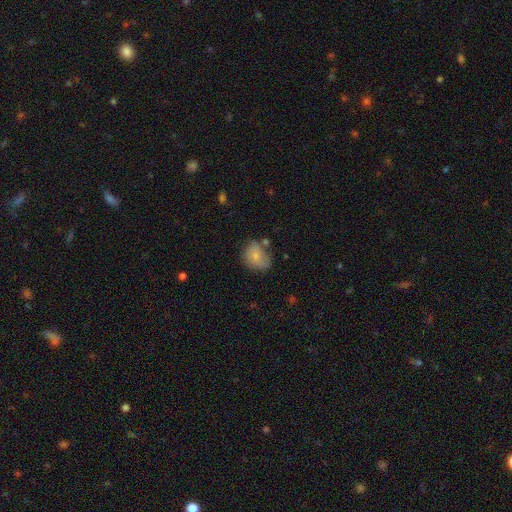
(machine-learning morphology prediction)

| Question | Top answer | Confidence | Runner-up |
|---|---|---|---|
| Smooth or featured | smooth | 70% | featured or disk (21%) |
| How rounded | in between | 53% | round (46%) |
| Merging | none | 48% | minor disturbance (31%) |